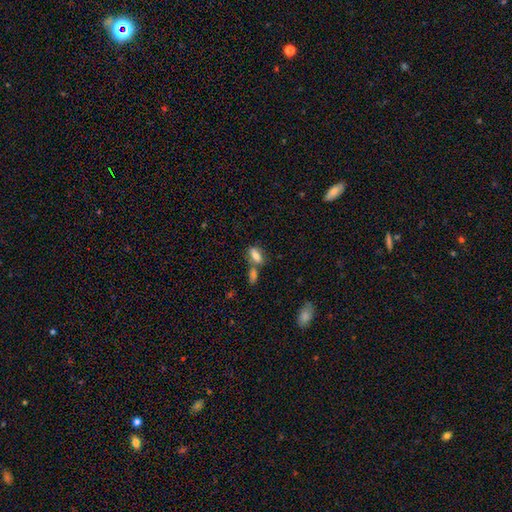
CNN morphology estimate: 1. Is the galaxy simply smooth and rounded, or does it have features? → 75% smooth, 15% featured or disk, 10% star or artifact.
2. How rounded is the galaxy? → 81% in between, 13% cigar-shaped, 6% round.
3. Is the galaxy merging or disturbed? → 47% none, 34% merger, 14% minor disturbance, 5% major disturbance.